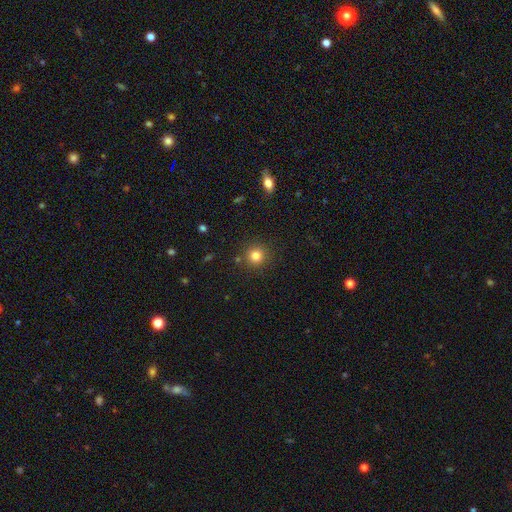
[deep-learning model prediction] This is clearly a smooth galaxy (81%). How rounded: clearly round (94%). Merging: clearly none (88%).